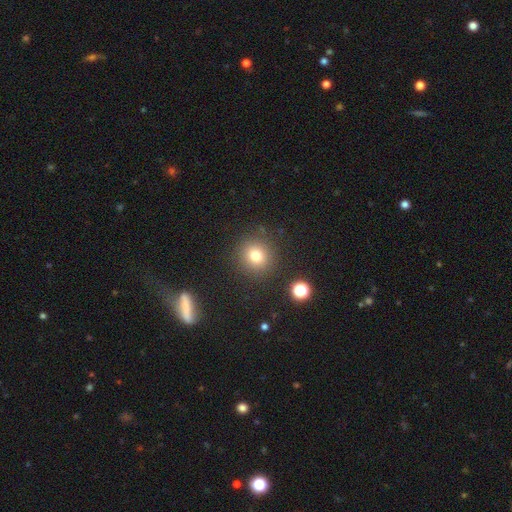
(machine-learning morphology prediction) smooth_or_featured: smooth (p=0.78) [alt: star or artifact p=0.14]
how_rounded: round (p=0.90) [alt: in between p=0.09]
merging: none (p=0.87) [alt: minor disturbance p=0.07]